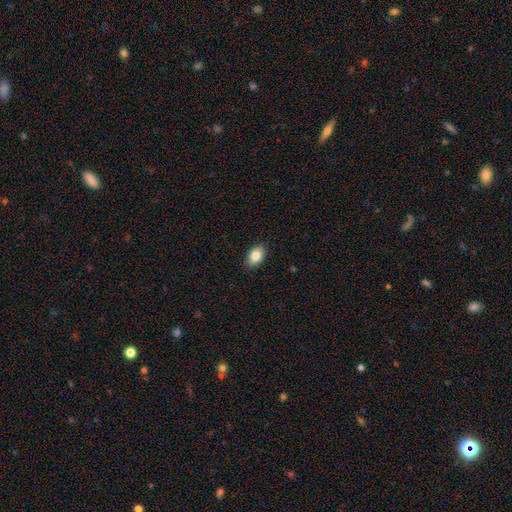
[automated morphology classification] smooth_or_featured: smooth (p=0.85) [alt: star or artifact p=0.08]
how_rounded: in between (p=0.86) [alt: round p=0.13]
merging: none (p=0.87) [alt: minor disturbance p=0.10]